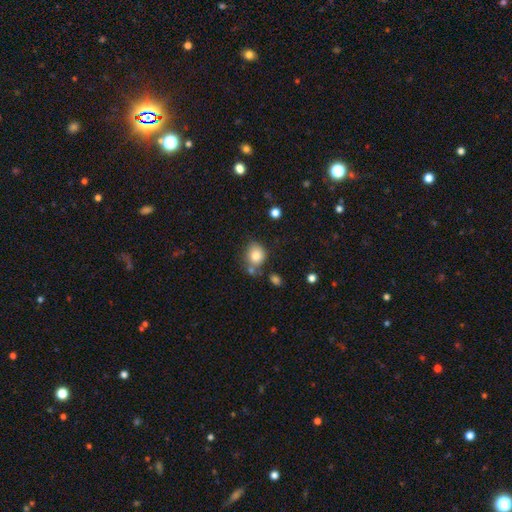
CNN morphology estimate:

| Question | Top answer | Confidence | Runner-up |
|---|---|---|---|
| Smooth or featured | smooth | 81% | star or artifact (10%) |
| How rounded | round | 63% | in between (36%) |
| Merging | none | 58% | minor disturbance (21%) |